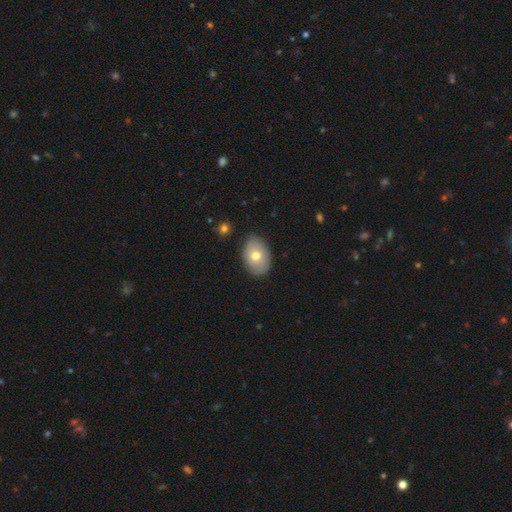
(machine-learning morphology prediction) smooth 69%, featured or disk 24%, star or artifact 7%. Down the decision tree: how rounded — in between (83%); merging — none (84%).